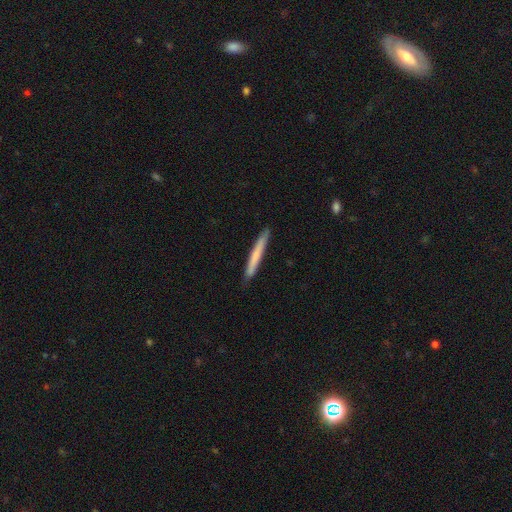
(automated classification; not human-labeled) Q: Smooth or featured?
A: smooth (68%); runner-up: featured or disk (27%)
Q: How rounded?
A: cigar-shaped (97%); runner-up: in between (2%)
Q: Merging?
A: none (89%); runner-up: minor disturbance (9%)